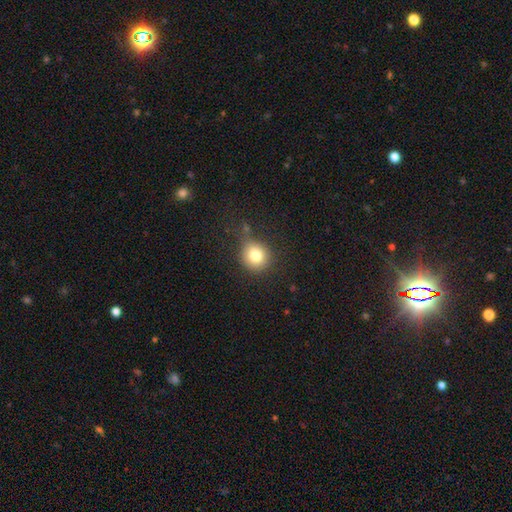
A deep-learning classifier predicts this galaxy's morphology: Q: Smooth or featured?
A: smooth (78%); runner-up: star or artifact (12%)
Q: How rounded?
A: round (88%); runner-up: in between (11%)
Q: Merging?
A: none (72%); runner-up: minor disturbance (17%)